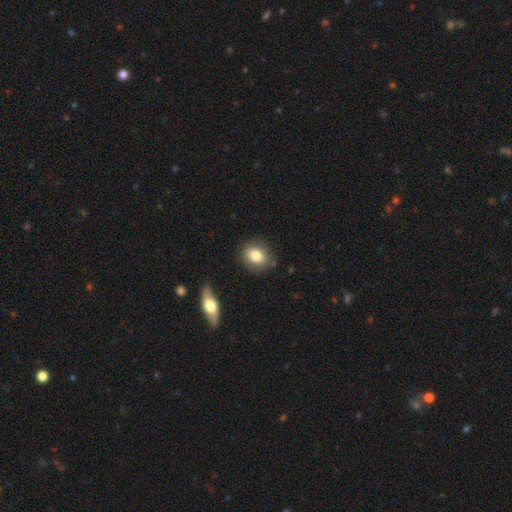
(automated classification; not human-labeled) Overall: smooth (81%). How rounded: round (55%; in between 43%). Merging: none (82%).